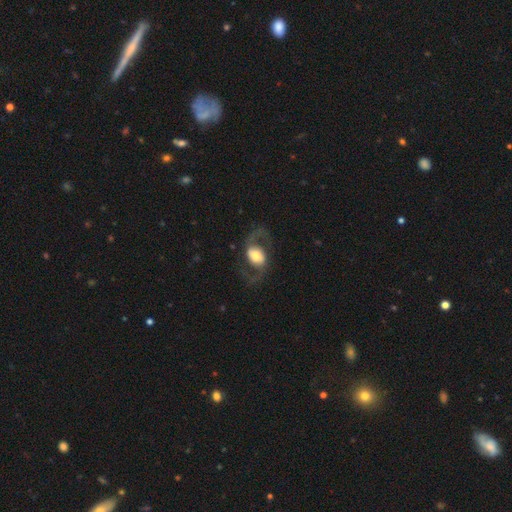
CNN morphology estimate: Overall: featured or disk (76%). Edge-on disk: no (96%). Bar: no (49%; weak 34%). Spiral arms: yes (87%). Spiral arm count: 2 (93%). Spiral winding: loose (52%; medium 41%). Bulge size: moderate (42%; large 37%). Merging: none (71%).